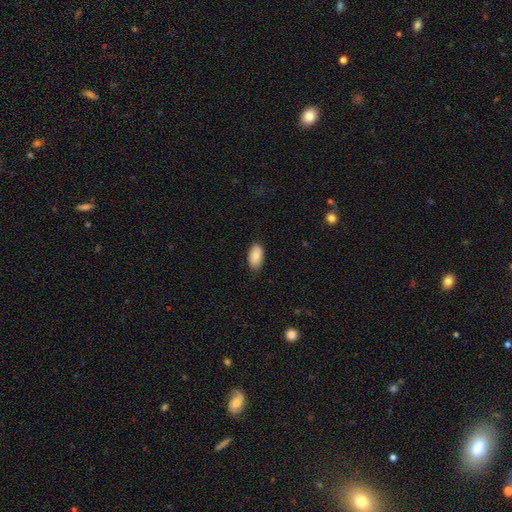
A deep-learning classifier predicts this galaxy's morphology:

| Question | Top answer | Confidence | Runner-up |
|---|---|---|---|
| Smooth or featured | smooth | 81% | featured or disk (12%) |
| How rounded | in between | 94% | round (4%) |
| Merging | none | 73% | minor disturbance (23%) |